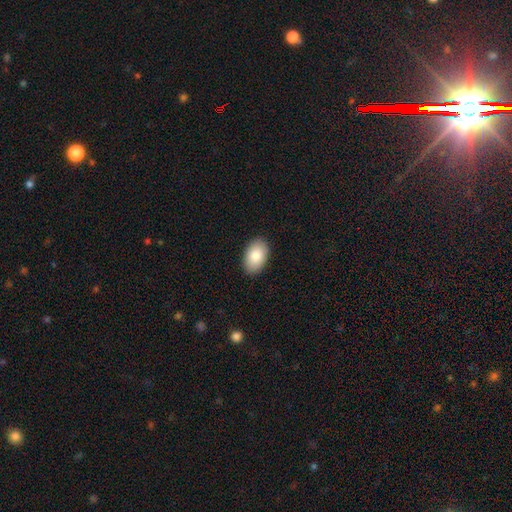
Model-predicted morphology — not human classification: smooth 85%, featured or disk 8%, star or artifact 6%. Down the decision tree: how rounded — in between (93%); merging — none (89%).